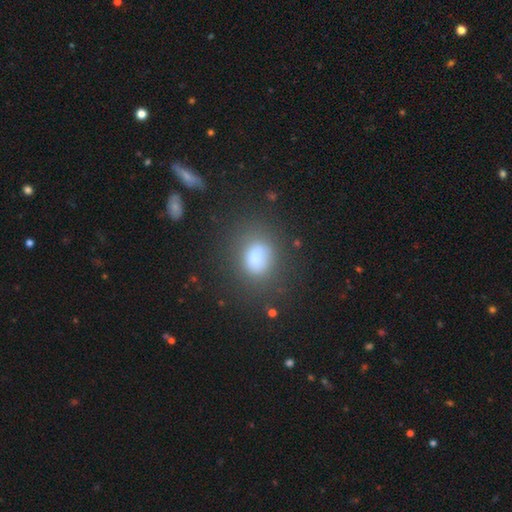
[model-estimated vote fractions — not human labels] Smooth or featured?
  - smooth: 78% *
  - star or artifact: 13%
  - featured or disk: 9%
How rounded?
  - in between: 57% *
  - round: 41%
  - cigar-shaped: 2%
Merging?
  - none: 65% *
  - minor disturbance: 19%
  - major disturbance: 11%
  - merger: 5%